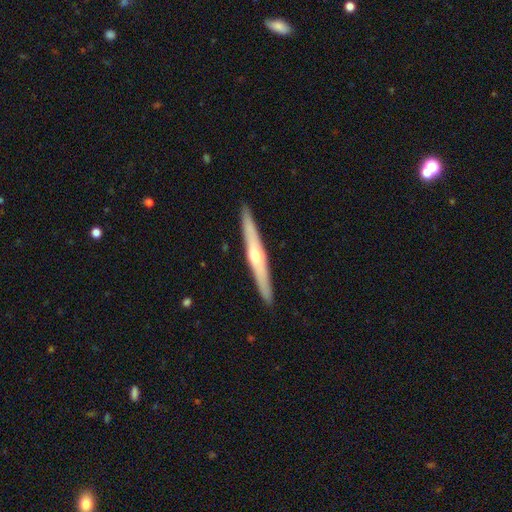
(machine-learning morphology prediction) A featured or disk galaxy (63%) viewed edge-on (96%) with a rounded central bulge (83%).

Vote fractions:
- Smooth or featured? featured or disk: 63% / smooth: 32% / star or artifact: 5%
- Edge-on disk? yes: 96% / no: 4%
- Edge-on bulge? rounded: 83% / none: 13% / boxy: 3%
- Merging? none: 92% / minor disturbance: 6% / major disturbance: 1% / merger: 1%